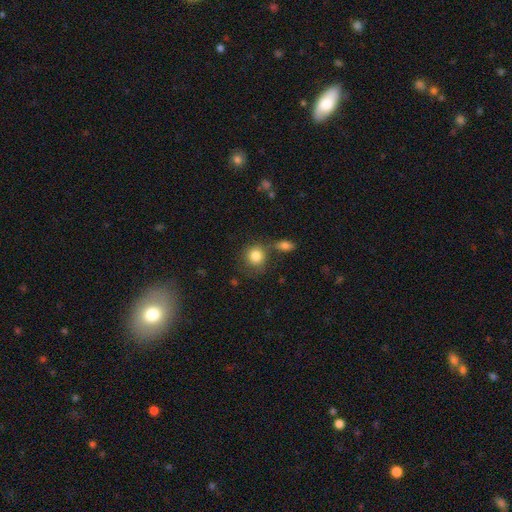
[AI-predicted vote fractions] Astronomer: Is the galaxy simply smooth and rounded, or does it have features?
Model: smooth — 83%.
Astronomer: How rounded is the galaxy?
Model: round — 86%.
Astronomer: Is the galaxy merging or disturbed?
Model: none — 67%.